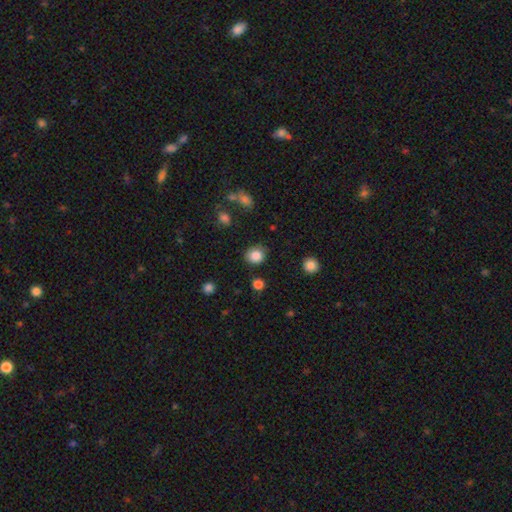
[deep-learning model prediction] The model was most divided on "how rounded": round: 83%, in between: 16%, cigar-shaped: 1%. More confident: smooth or featured — smooth (85%); merging — none (83%).